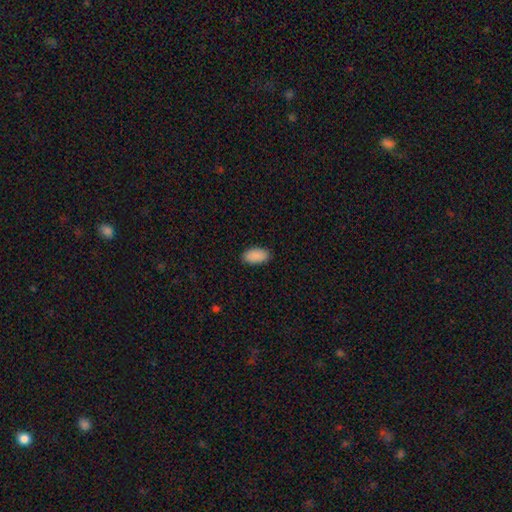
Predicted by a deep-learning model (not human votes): Smooth or featured?
  - smooth: 91% *
  - star or artifact: 7%
  - featured or disk: 3%
How rounded?
  - in between: 94% *
  - cigar-shaped: 3%
  - round: 3%
Merging?
  - none: 88% *
  - minor disturbance: 9%
  - major disturbance: 2%
  - merger: 1%